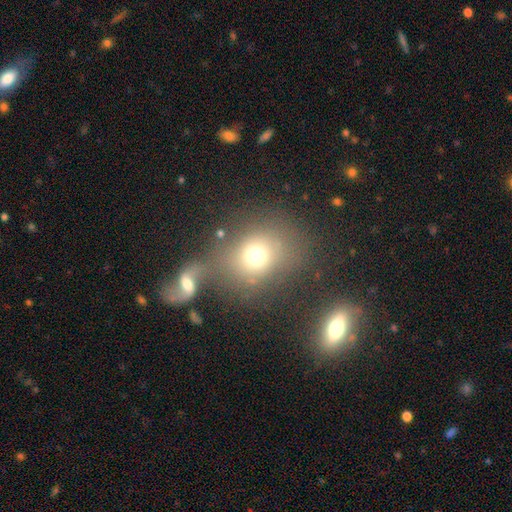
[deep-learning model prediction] Smooth or featured? smooth (69%)
How rounded? round (64%)
Merging? none (48%)